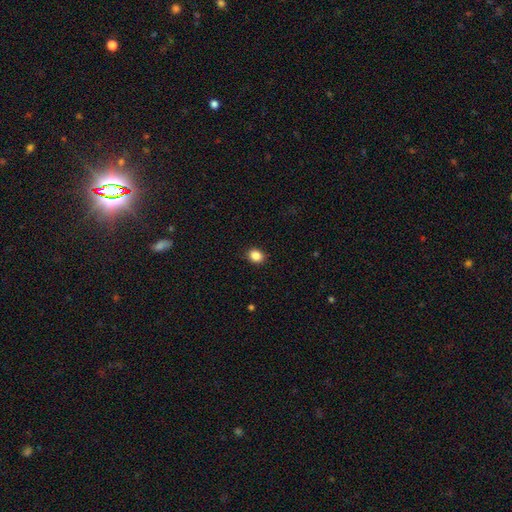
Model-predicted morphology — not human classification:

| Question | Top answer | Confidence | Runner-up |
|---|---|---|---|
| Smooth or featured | smooth | 86% | star or artifact (10%) |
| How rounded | round | 61% | in between (38%) |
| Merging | none | 89% | minor disturbance (8%) |